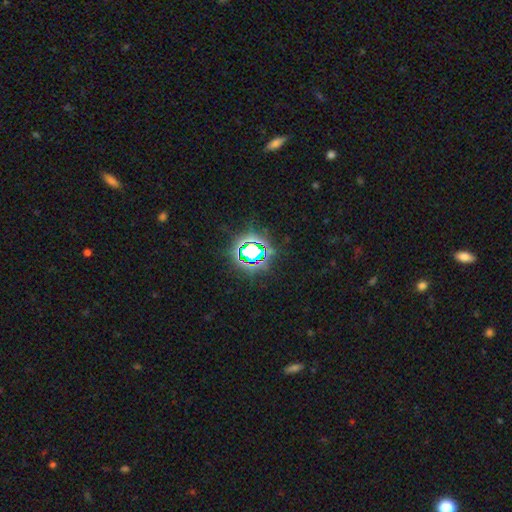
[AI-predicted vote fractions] Smooth or featured?
  - star or artifact: 74% *
  - smooth: 16%
  - featured or disk: 10%